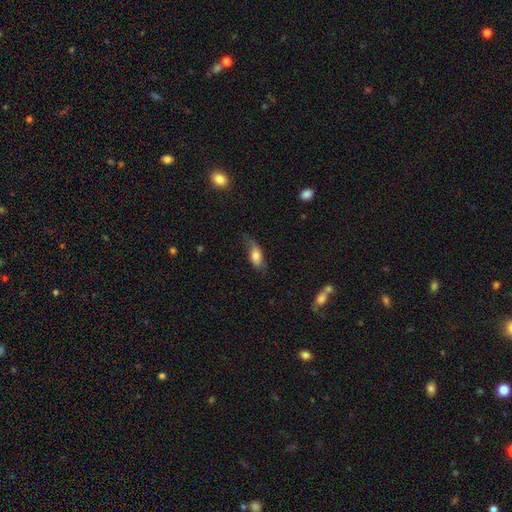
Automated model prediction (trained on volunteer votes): The model was most divided on "merging": none: 41%, minor disturbance: 33%, major disturbance: 23%, merger: 2%. More confident: how rounded — in between (81%); smooth or featured — smooth (67%).